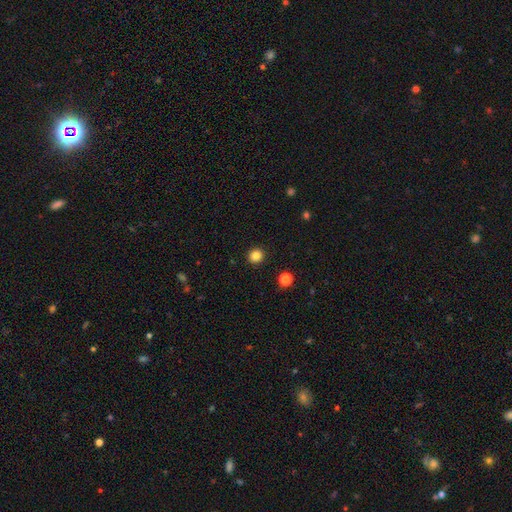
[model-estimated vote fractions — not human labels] A smooth galaxy with no disk features (85%) that is round (88%).

Vote fractions:
- Smooth or featured? smooth: 85% / star or artifact: 12% / featured or disk: 4%
- How rounded? round: 88% / in between: 11% / cigar-shaped: 1%
- Merging? none: 92% / minor disturbance: 5% / major disturbance: 2% / merger: 1%